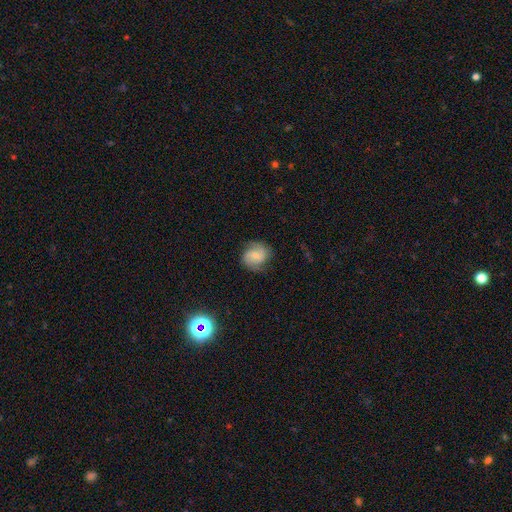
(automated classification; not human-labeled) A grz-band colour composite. It shows a featured or disk galaxy (58%) with no bar (47%), 2 (80%) medium (46%) spiral arms (91%) and a small central bulge (52%). Merging: none (73%).